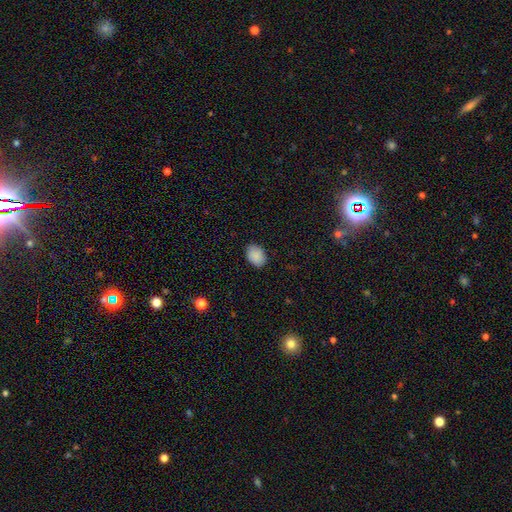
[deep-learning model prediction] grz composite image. It shows a smooth galaxy with no disk features (89%) that is in between round and cigar-shaped (76%). Merging: none (87%).